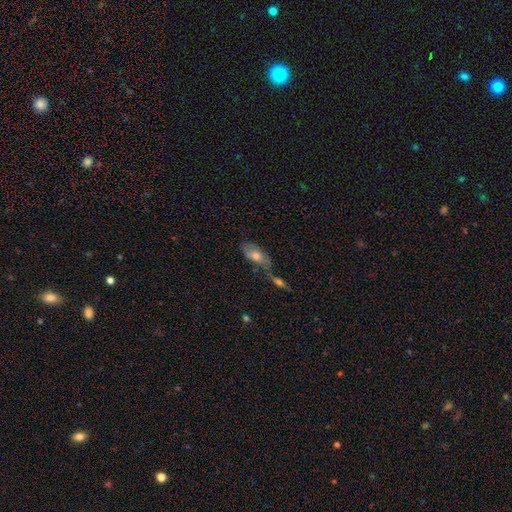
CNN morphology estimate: smooth_or_featured: smooth (p=0.56) [alt: featured or disk p=0.35]
how_rounded: in between (p=0.84) [alt: cigar-shaped p=0.12]
merging: none (p=0.38) [alt: merger p=0.37]